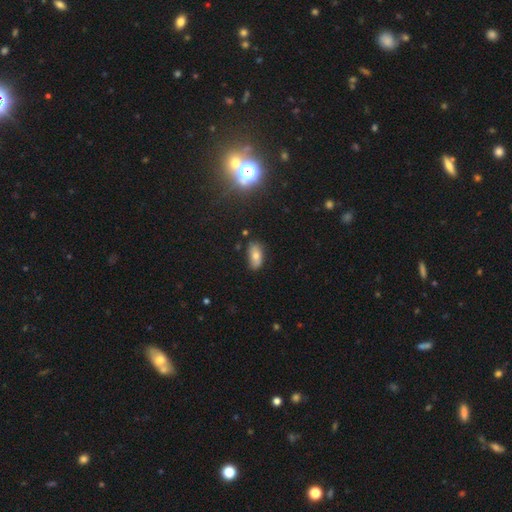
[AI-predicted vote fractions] smooth-or-featured: smooth: 68% | featured or disk: 20% | star or artifact: 12%
  how-rounded: in between: 89% | cigar-shaped: 6% | round: 5%
  merging: none: 68% | minor disturbance: 24% | major disturbance: 5% | merger: 4%